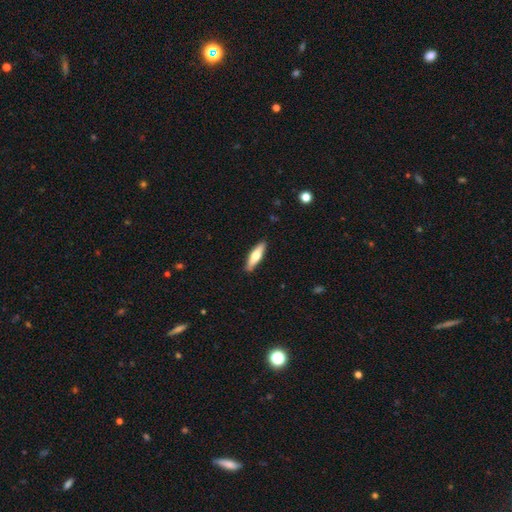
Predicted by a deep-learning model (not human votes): Smooth or featured?
  - smooth: 57% *
  - featured or disk: 38%
  - star or artifact: 5%
How rounded?
  - cigar-shaped: 66% *
  - in between: 32%
  - round: 2%
Merging?
  - none: 90% *
  - minor disturbance: 7%
  - major disturbance: 2%
  - merger: 1%